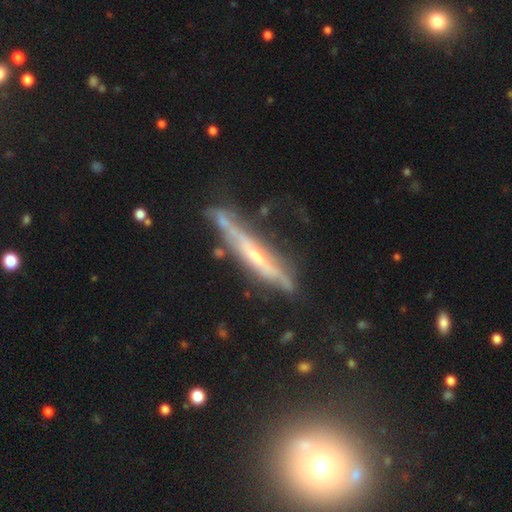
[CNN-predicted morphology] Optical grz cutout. It shows a featured or disk galaxy (78%) viewed edge-on (84%) with a rounded central bulge (53%). Merging: none (61%).